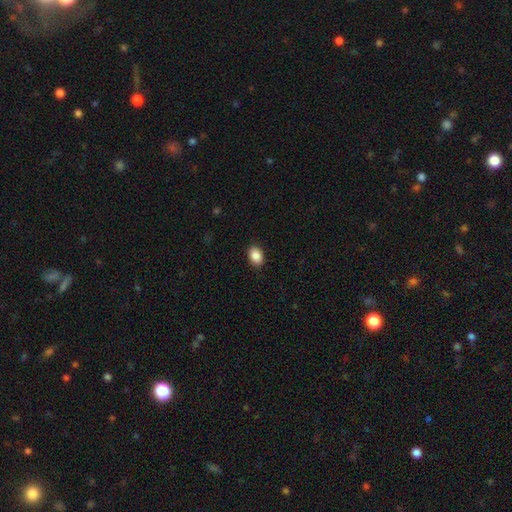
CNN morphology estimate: Smooth or featured? smooth (88%)
How rounded? in between (80%)
Merging? none (90%)